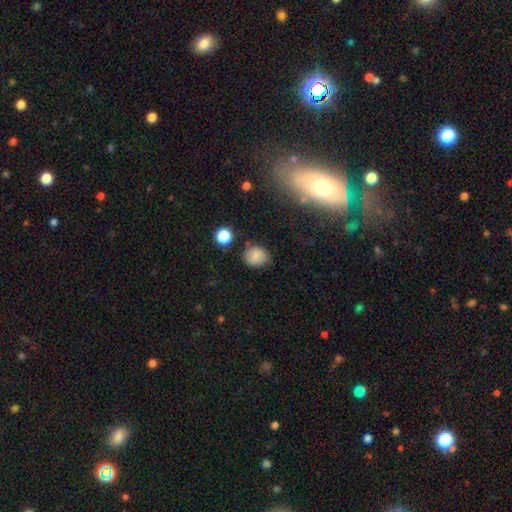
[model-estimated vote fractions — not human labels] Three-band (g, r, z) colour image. It shows a smooth galaxy with no disk features (72%) that is round (68%). Merging: none (77%).